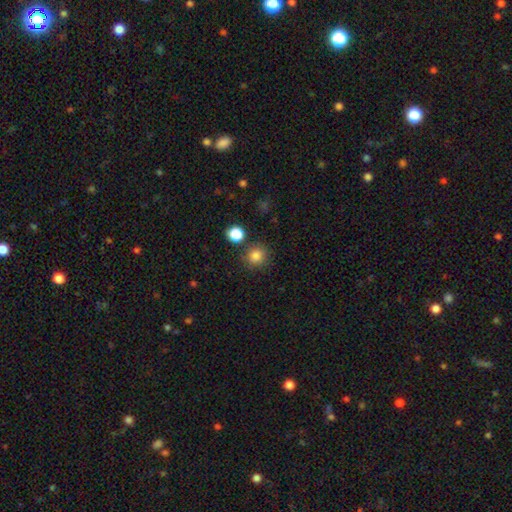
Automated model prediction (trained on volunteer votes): Smooth or featured?
  - smooth: 83% *
  - star or artifact: 12%
  - featured or disk: 5%
How rounded?
  - round: 91% *
  - in between: 8%
  - cigar-shaped: 1%
Merging?
  - none: 83% *
  - minor disturbance: 8%
  - merger: 6%
  - major disturbance: 3%